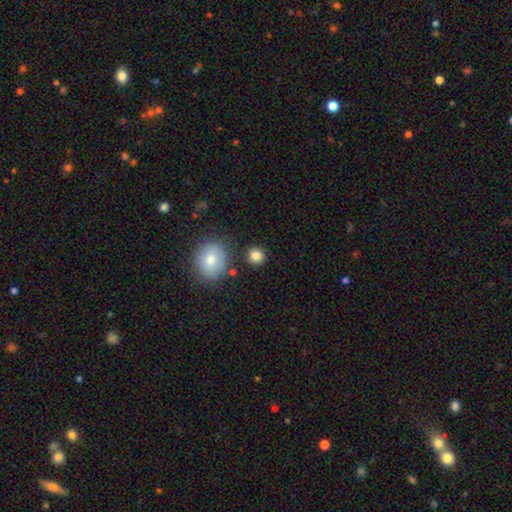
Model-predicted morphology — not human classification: Overall: smooth (84%). How rounded: round (90%). Merging: none (85%).